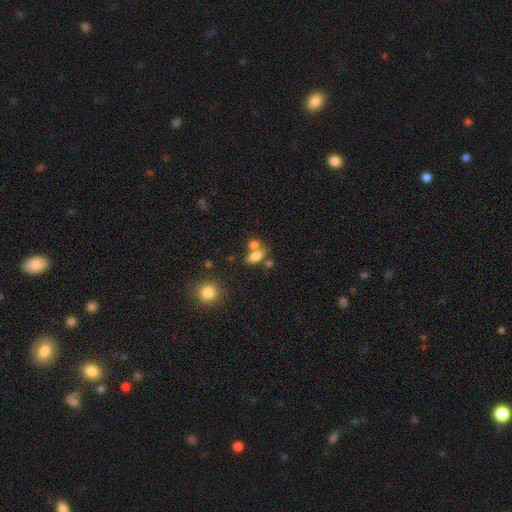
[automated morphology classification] Smooth or featured?
  - smooth: 77% *
  - featured or disk: 13%
  - star or artifact: 10%
How rounded?
  - in between: 82% *
  - round: 10%
  - cigar-shaped: 9%
Merging?
  - none: 46% *
  - merger: 37%
  - minor disturbance: 12%
  - major disturbance: 5%